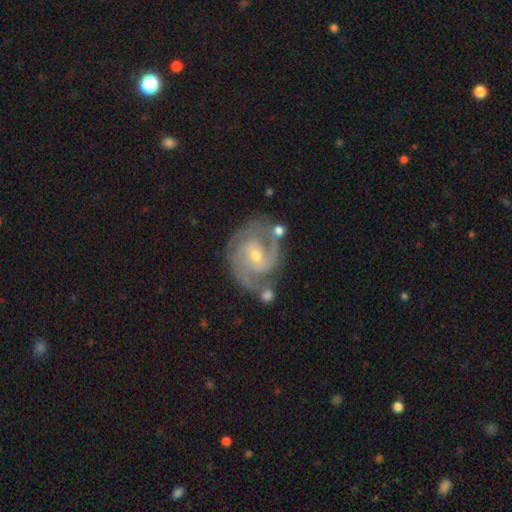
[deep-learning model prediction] Smooth or featured?
  - featured or disk: 89% *
  - smooth: 6%
  - star or artifact: 5%
Edge-on disk?
  - no: 98% *
  - yes: 2%
Bar?
  - no: 50% *
  - weak: 40%
  - strong: 10%
Spiral arms?
  - yes: 97% *
  - no: 3%
Spiral winding?
  - medium: 46% * (tied)
  - tight: 46% * (tied)
  - loose: 9%
Spiral arm count?
  - 2: 55% *
  - 3: 27%
  - can't tell: 9%
  - 4: 4%
  - 1: 3%
  - more than 4: 3%
Bulge size?
  - small: 52% *
  - moderate: 45%
  - large: 1%
  - none: 1%
  - dominant: 1%
Merging?
  - none: 61% *
  - minor disturbance: 20%
  - merger: 11%
  - major disturbance: 8%